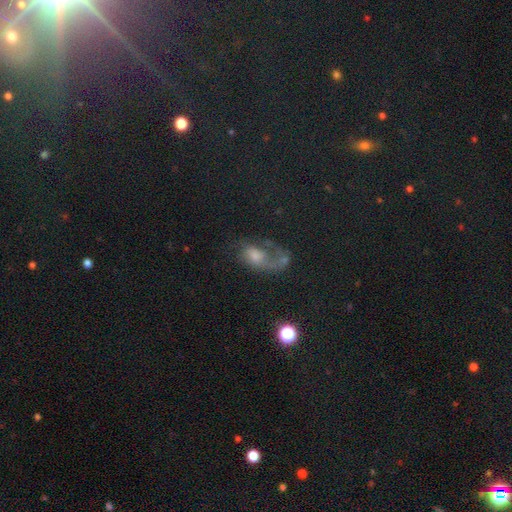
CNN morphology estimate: This appears to be a featured or disk galaxy (47%). Merging: major disturbance (41%).